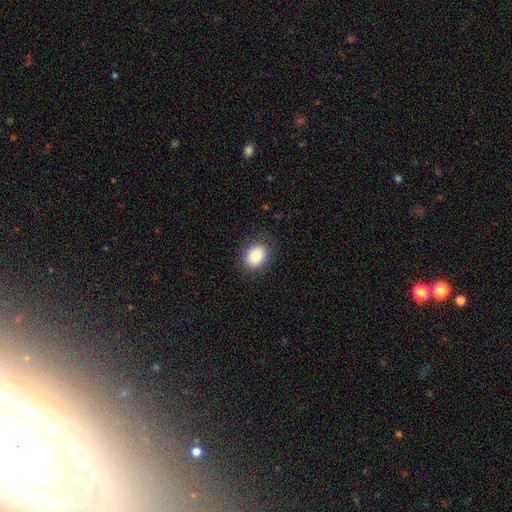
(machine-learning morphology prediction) Q: Smooth or featured?
A: smooth (84%); runner-up: star or artifact (8%)
Q: How rounded?
A: in between (58%); runner-up: round (41%)
Q: Merging?
A: none (84%); runner-up: minor disturbance (11%)